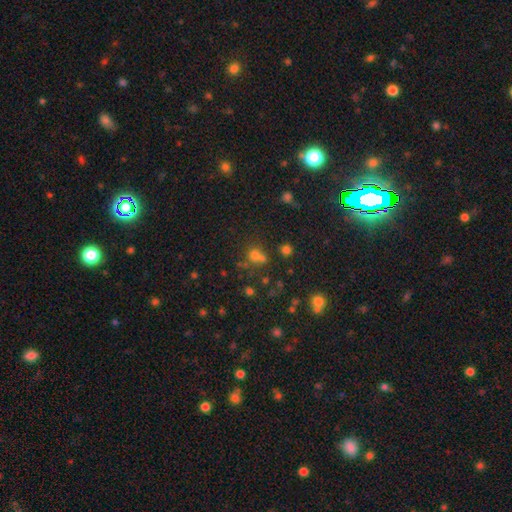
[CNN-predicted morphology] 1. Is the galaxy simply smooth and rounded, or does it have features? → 61% smooth, 28% star or artifact, 11% featured or disk.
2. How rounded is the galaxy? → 82% round, 17% in between, 1% cigar-shaped.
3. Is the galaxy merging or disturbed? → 52% none, 32% merger, 10% minor disturbance, 5% major disturbance.